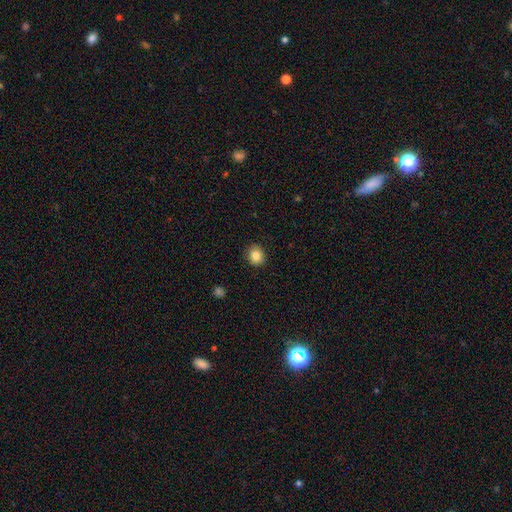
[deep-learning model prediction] Q: Smooth or featured?
A: smooth (84%); runner-up: star or artifact (10%)
Q: How rounded?
A: round (72%); runner-up: in between (27%)
Q: Merging?
A: none (90%); runner-up: minor disturbance (7%)